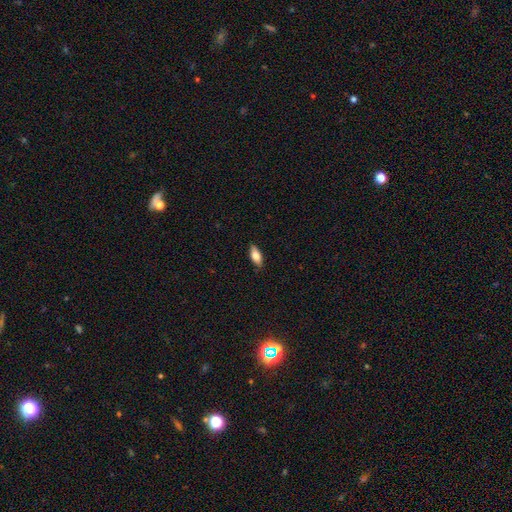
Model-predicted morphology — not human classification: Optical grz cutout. It shows a smooth galaxy with no disk features (73%) that is in between round and cigar-shaped (79%). Merging: none (86%).